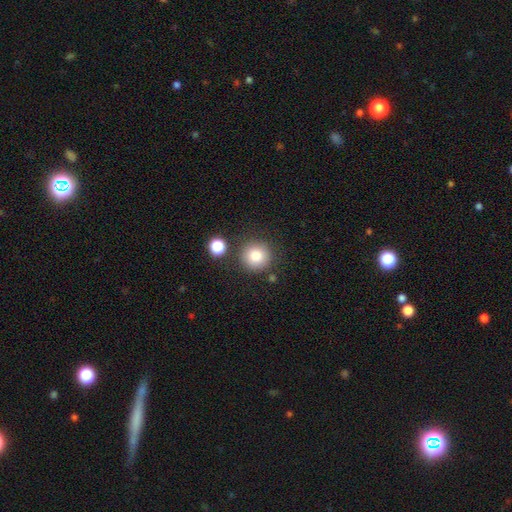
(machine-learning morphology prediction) Overall: smooth (83%). How rounded: round (94%). Merging: none (82%).